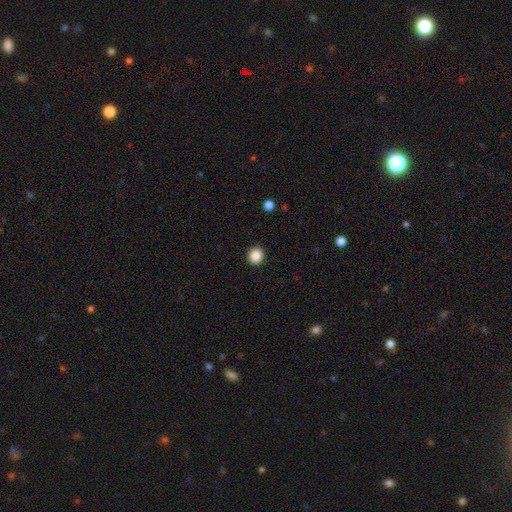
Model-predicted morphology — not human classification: Smooth or featured? Predicted: smooth (p=0.86). How rounded? Predicted: round (p=0.89). Merging? Predicted: none (p=0.93).